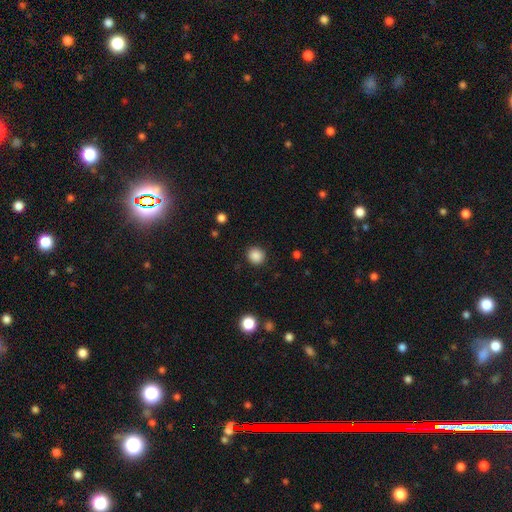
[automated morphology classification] This appears to be a smooth galaxy with no disk features (87%) that is round (93%). Merging: none (91%).